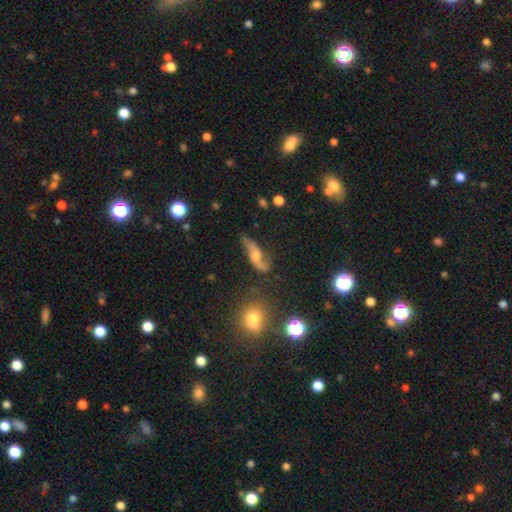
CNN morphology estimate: Smooth or featured: featured or disk — 75% (smooth — 16%)
Edge-on disk: no — 84% (yes — 16%)
Bar: no — 60% (weak — 31%)
Spiral arms: yes — 91% (no — 9%)
Spiral winding: loose — 82% (medium — 13%)
Spiral arm count: 2 — 89% (1 — 4%)
Bulge size: moderate — 54% (small — 28%)
Merging: none — 61% (minor disturbance — 21%)